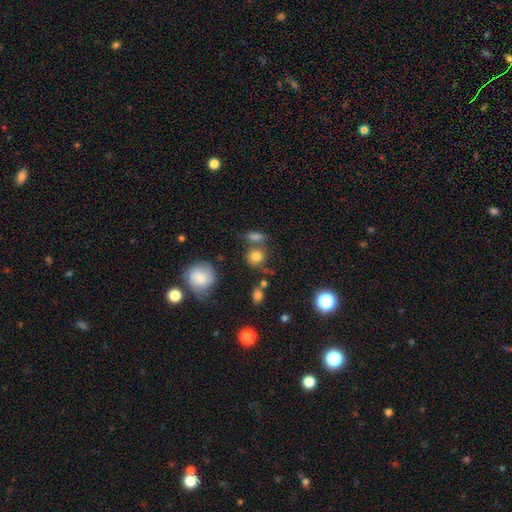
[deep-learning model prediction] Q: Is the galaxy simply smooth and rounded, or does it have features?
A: smooth — 79%.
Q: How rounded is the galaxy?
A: round — 80%.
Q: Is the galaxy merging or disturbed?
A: none — 57%.